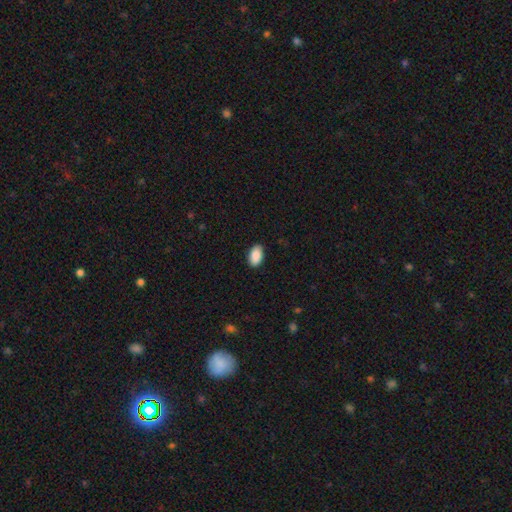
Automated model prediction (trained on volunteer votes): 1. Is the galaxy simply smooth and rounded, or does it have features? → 91% smooth, 6% star or artifact, 3% featured or disk.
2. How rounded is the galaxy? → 94% in between, 4% round, 2% cigar-shaped.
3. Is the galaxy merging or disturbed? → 89% none, 8% minor disturbance, 2% major disturbance, 1% merger.